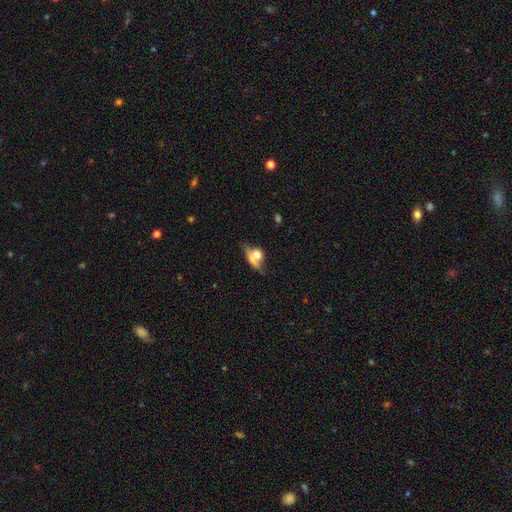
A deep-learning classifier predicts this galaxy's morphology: smooth-or-featured: smooth: 59% | featured or disk: 30% | star or artifact: 11%
  how-rounded: in between: 52% | round: 35% | cigar-shaped: 12%
  merging: merger: 49% | none: 26% | major disturbance: 13% | minor disturbance: 12%